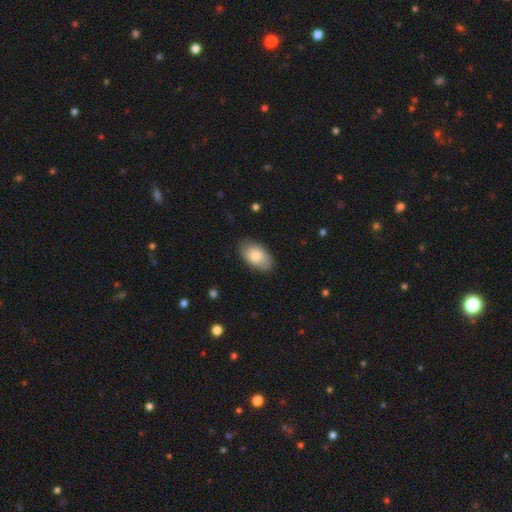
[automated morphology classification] Overall: smooth (80%). How rounded: in between (93%). Merging: none (83%).